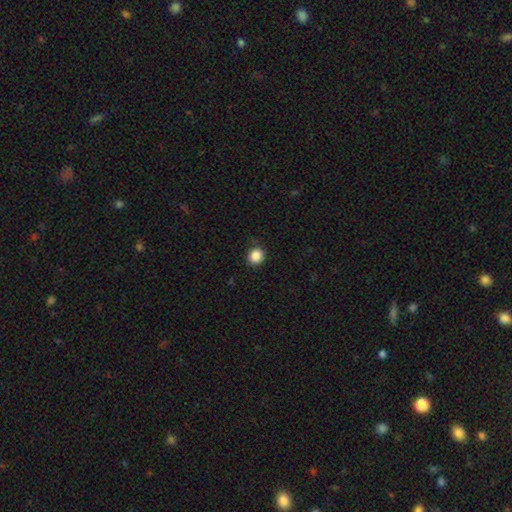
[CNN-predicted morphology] smooth-or-featured: smooth: 87% | star or artifact: 10% | featured or disk: 3%
  how-rounded: round: 83% | in between: 16% | cigar-shaped: 1%
  merging: none: 84% | minor disturbance: 12% | major disturbance: 3% | merger: 1%